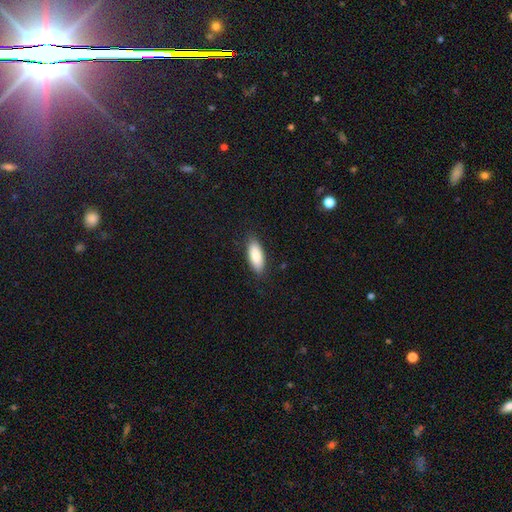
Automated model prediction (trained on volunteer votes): Smooth or featured? Predicted: smooth (p=0.86). How rounded? Predicted: in between (p=0.80). Merging? Predicted: none (p=0.86).